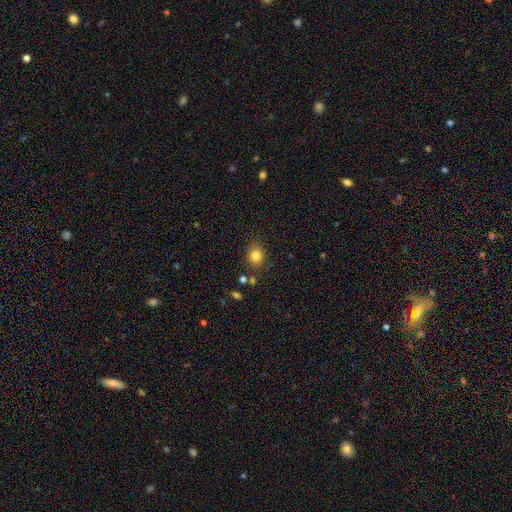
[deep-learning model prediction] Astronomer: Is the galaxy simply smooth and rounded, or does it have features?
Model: smooth — 82%.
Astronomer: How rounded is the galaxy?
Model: round — 69%.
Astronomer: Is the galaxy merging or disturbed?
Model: none — 84%.